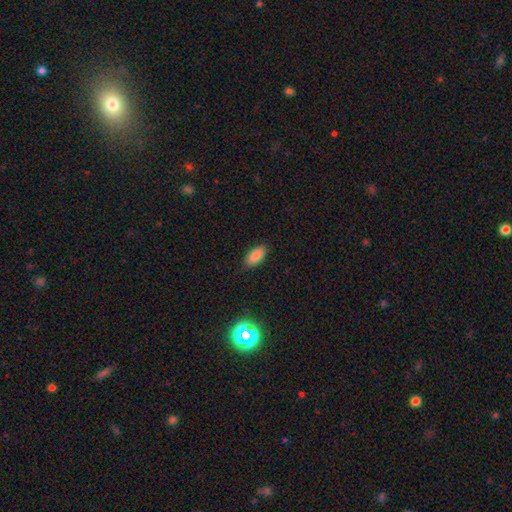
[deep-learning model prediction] Overall: smooth (84%). How rounded: in between (90%). Merging: none (86%).